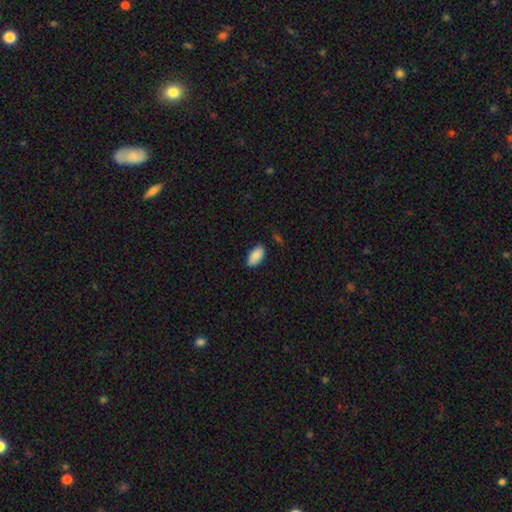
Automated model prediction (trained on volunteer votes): Q: Smooth or featured?
A: smooth (88%); runner-up: star or artifact (7%)
Q: How rounded?
A: in between (95%); runner-up: cigar-shaped (3%)
Q: Merging?
A: none (82%); runner-up: minor disturbance (14%)